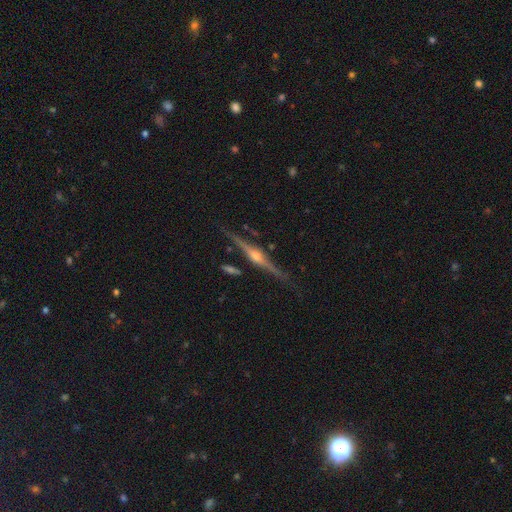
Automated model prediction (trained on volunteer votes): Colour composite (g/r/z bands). It shows a featured or disk galaxy (89%) viewed edge-on (98%) with a rounded central bulge (93%). Merging: none (85%).